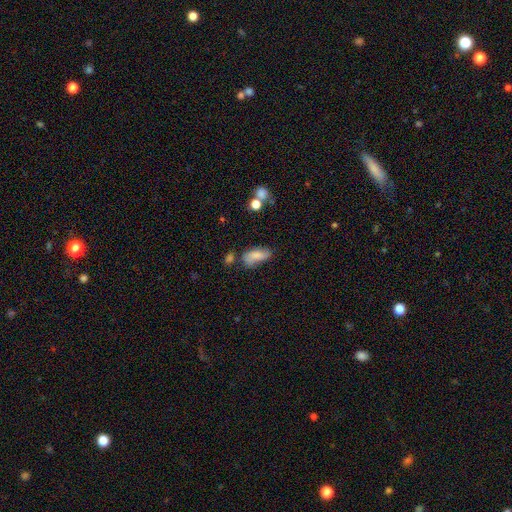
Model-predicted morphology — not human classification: type=smooth (75%); roundness=in between (86%); merging=none (46%).